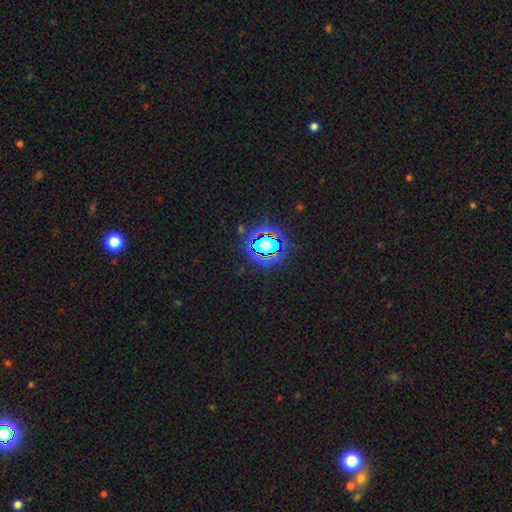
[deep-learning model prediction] Morphology: type=star or artifact (82%).